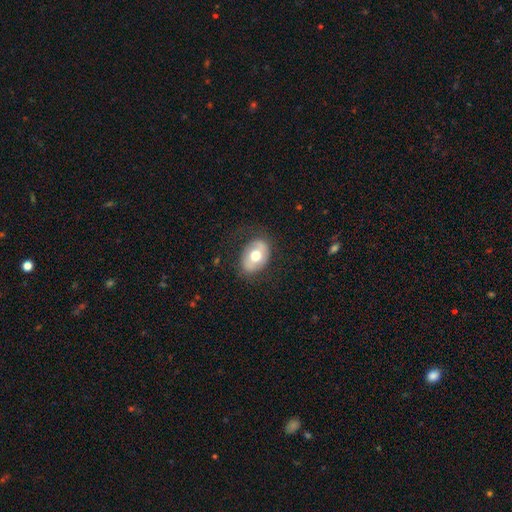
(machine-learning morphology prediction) smooth_or_featured: smooth (p=0.57) [alt: featured or disk p=0.36]
how_rounded: in between (p=0.77) [alt: round p=0.22]
merging: none (p=0.75) [alt: minor disturbance p=0.16]